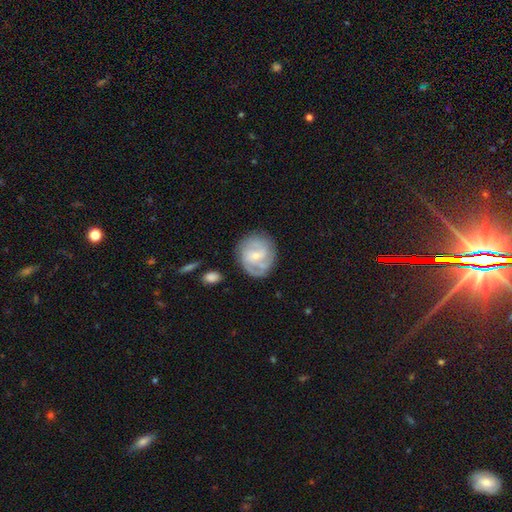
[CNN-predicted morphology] The model was most divided on "spiral arm count": 2: 32%, 3: 29%, can't tell: 24%, 4: 7%, 1: 5%, more than 4: 4%. Remaining: edge-on disk — no (98%); spiral arms — yes (92%); smooth or featured — featured or disk (76%); merging — none (73%); bulge size — small (67%); bar — no (51%); spiral winding — tight (49%).